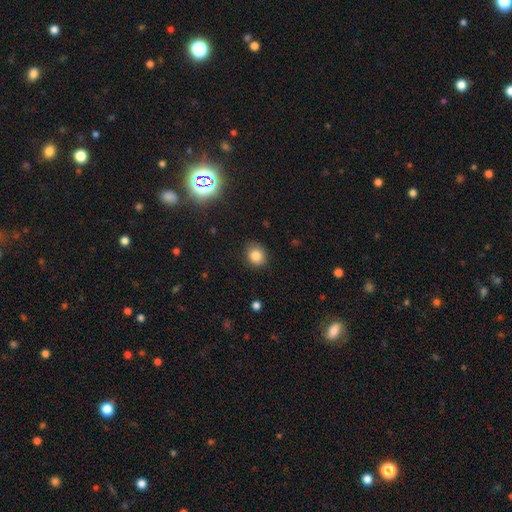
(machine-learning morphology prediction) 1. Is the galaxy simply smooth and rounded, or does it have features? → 83% smooth, 12% star or artifact, 6% featured or disk.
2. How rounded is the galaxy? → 65% round, 34% in between, 1% cigar-shaped.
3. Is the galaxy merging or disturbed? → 81% none, 15% minor disturbance, 3% major disturbance, 1% merger.